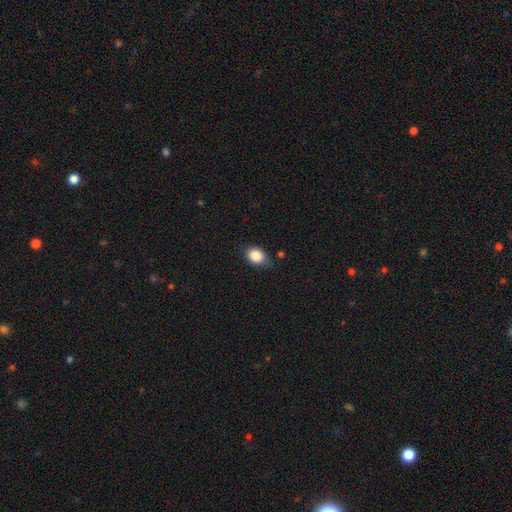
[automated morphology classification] Smooth or featured? smooth (85%)
How rounded? in between (55%)
Merging? none (69%)